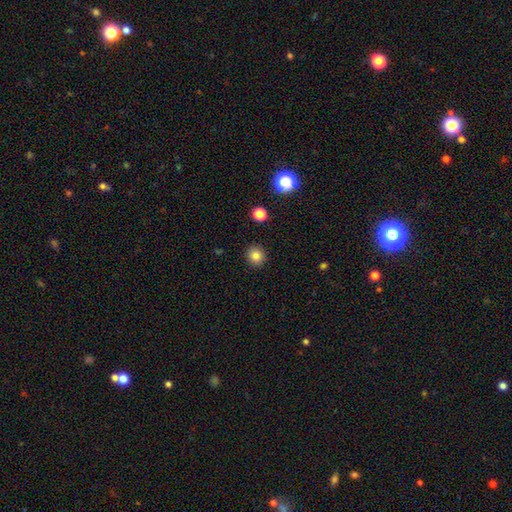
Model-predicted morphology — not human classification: Smooth or featured? smooth (83%)
How rounded? round (88%)
Merging? none (92%)